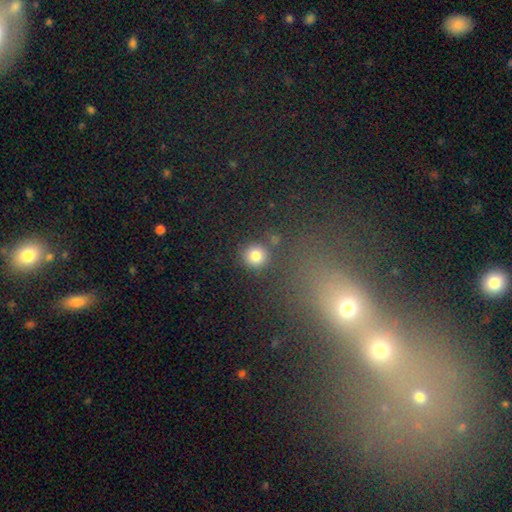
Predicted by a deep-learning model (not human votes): smooth 81%, star or artifact 13%, featured or disk 6%. Down the decision tree: how rounded — round (93%); merging — none (82%).